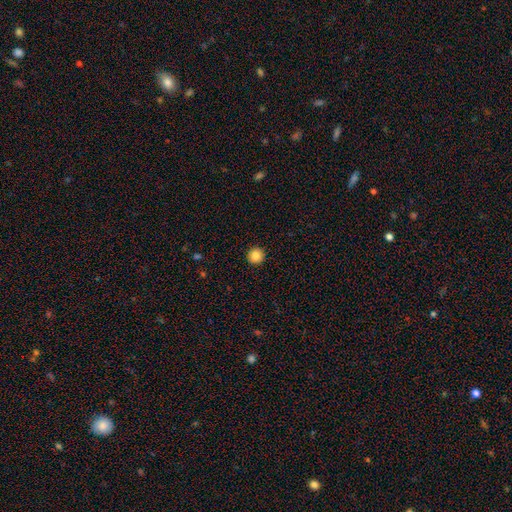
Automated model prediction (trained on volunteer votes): A smooth galaxy with no disk features (85%) that is round (96%). Merging: none (93%).